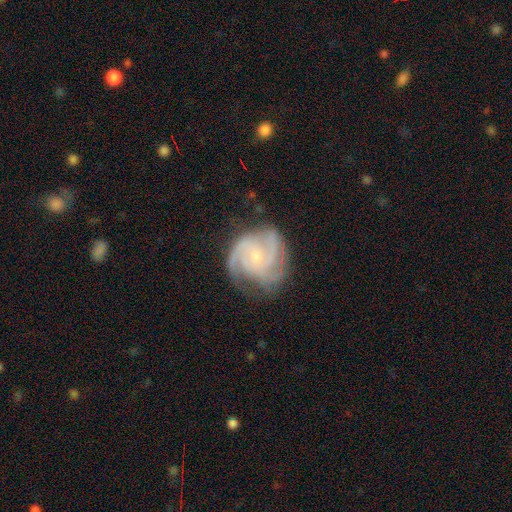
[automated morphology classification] Overall: featured or disk (88%). Edge-on disk: no (98%). Bar: no (68%). Spiral arms: yes (98%). Spiral arm count: 3 (53%; 2 15%). Spiral winding: tight (54%; medium 39%). Bulge size: small (73%). Merging: none (72%).